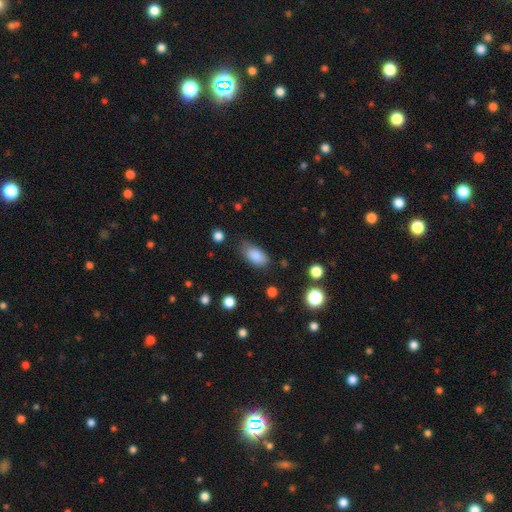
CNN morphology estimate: Smooth or featured: smooth — 85% (star or artifact — 8%)
How rounded: in between — 91% (round — 5%)
Merging: none — 70% (minor disturbance — 22%)